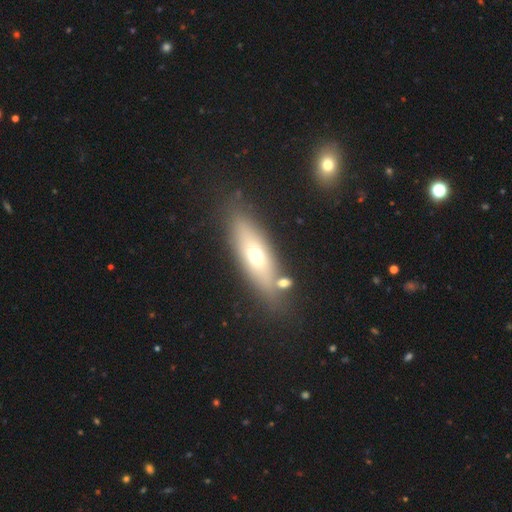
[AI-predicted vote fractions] Q: Smooth or featured?
A: smooth (53%); runner-up: featured or disk (38%)
Q: How rounded?
A: cigar-shaped (50%); runner-up: in between (47%)
Q: Merging?
A: none (77%); runner-up: minor disturbance (12%)